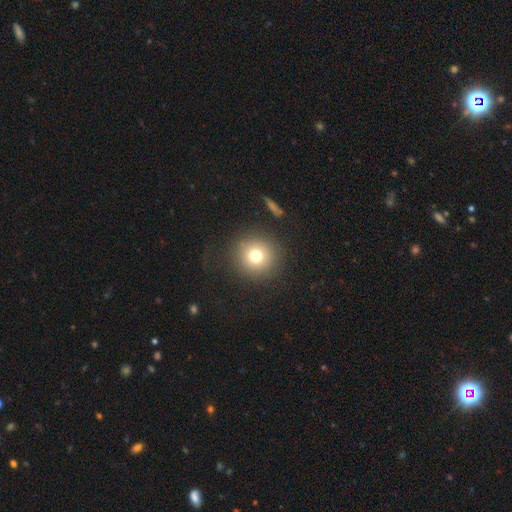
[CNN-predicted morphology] A smooth galaxy with no disk features (74%) that is round (93%).

Vote fractions:
- Smooth or featured? smooth: 74% / star or artifact: 13% / featured or disk: 13%
- How rounded? round: 93% / in between: 6% / cigar-shaped: 1%
- Merging? none: 85% / minor disturbance: 8% / major disturbance: 5% / merger: 2%